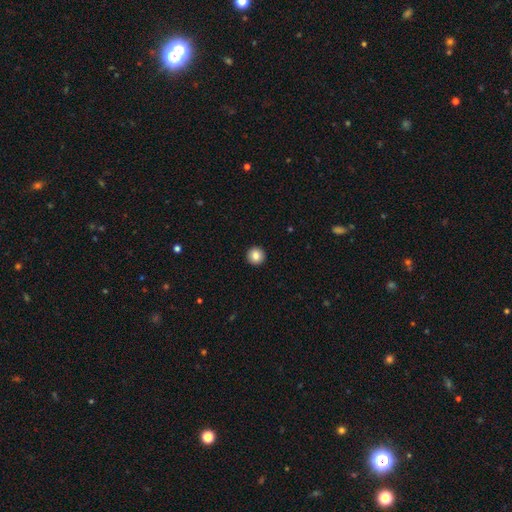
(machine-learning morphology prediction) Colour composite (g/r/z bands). It shows a smooth galaxy with no disk features (85%) that is round (96%). Merging: none (94%).